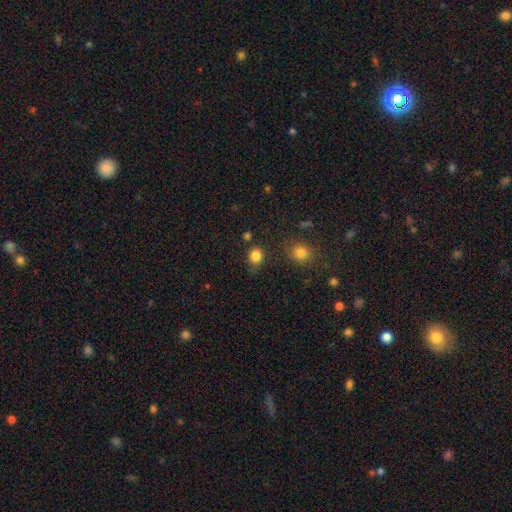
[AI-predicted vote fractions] smooth-or-featured: smooth: 84% | star or artifact: 12% | featured or disk: 4%
  how-rounded: round: 78% | in between: 21% | cigar-shaped: 1%
  merging: none: 77% | minor disturbance: 15% | merger: 4% | major disturbance: 4%